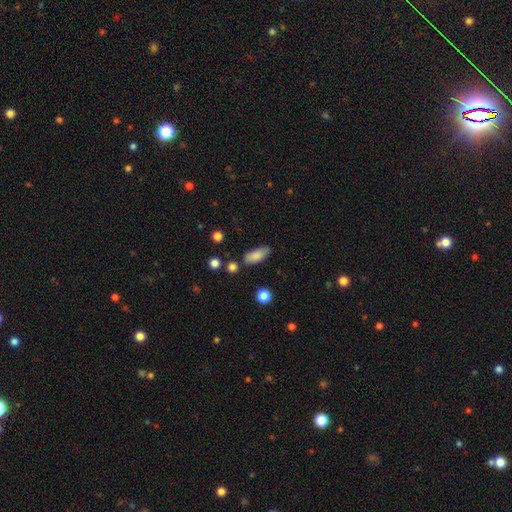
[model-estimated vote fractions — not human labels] smooth-or-featured: smooth: 85% | star or artifact: 8% | featured or disk: 7%
  how-rounded: in between: 80% | cigar-shaped: 17% | round: 3%
  merging: none: 71% | minor disturbance: 20% | major disturbance: 4% | merger: 4%